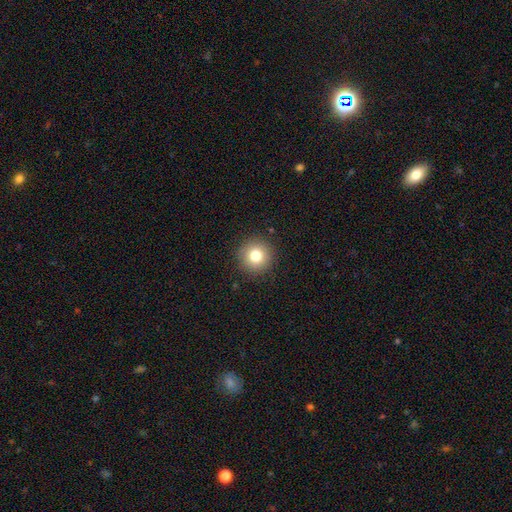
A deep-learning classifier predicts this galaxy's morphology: Q: Smooth or featured?
A: smooth (80%); runner-up: star or artifact (12%)
Q: How rounded?
A: round (95%); runner-up: in between (4%)
Q: Merging?
A: none (91%); runner-up: minor disturbance (6%)